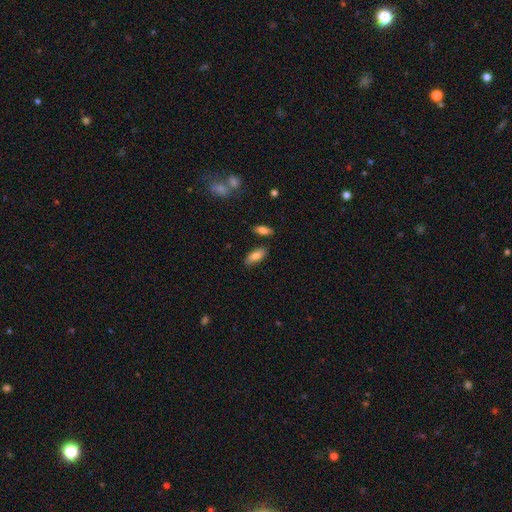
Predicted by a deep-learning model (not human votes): This is likely a smooth galaxy (79%). How rounded: clearly in between (83%). Merging: likely none (79%).